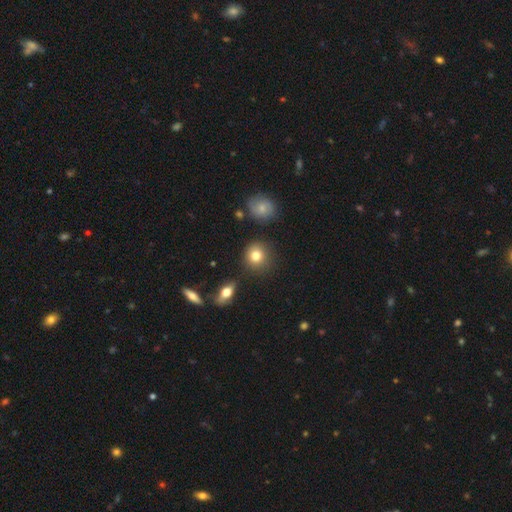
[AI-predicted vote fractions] Smooth or featured: smooth — 81% (star or artifact — 11%)
How rounded: round — 88% (in between — 10%)
Merging: none — 85% (minor disturbance — 9%)